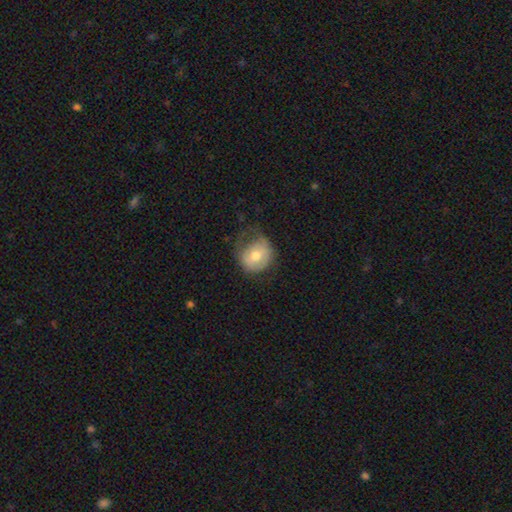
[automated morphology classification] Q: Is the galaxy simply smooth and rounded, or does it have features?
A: smooth — 64%.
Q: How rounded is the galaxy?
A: round — 74%.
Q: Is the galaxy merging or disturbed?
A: none — 41%.